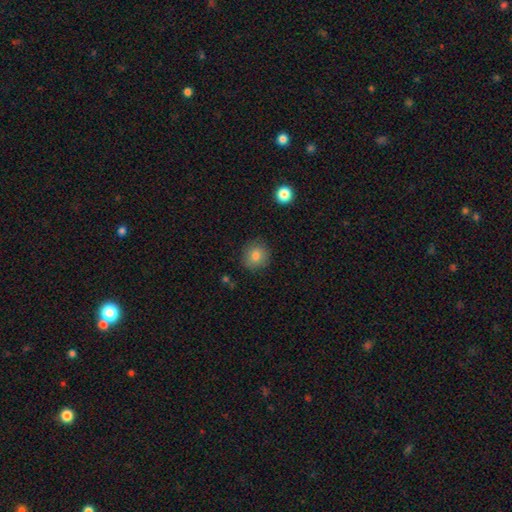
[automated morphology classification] Smooth or featured: smooth — 81% (star or artifact — 10%)
How rounded: round — 88% (in between — 11%)
Merging: none — 85% (minor disturbance — 11%)